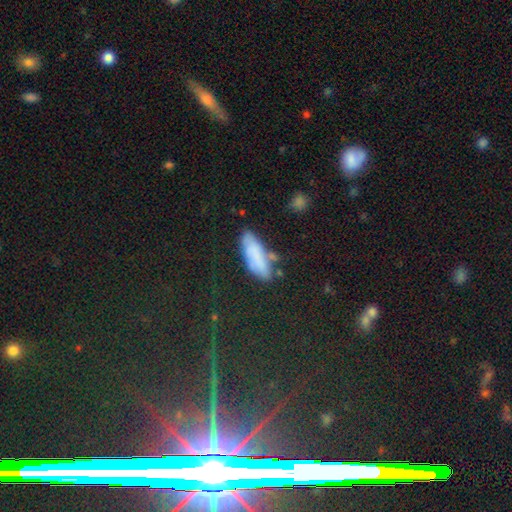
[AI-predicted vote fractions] The model was most divided on "how rounded": in between: 59%, cigar-shaped: 38%, round: 3%. More confident: smooth or featured — smooth (73%); merging — none (58%).